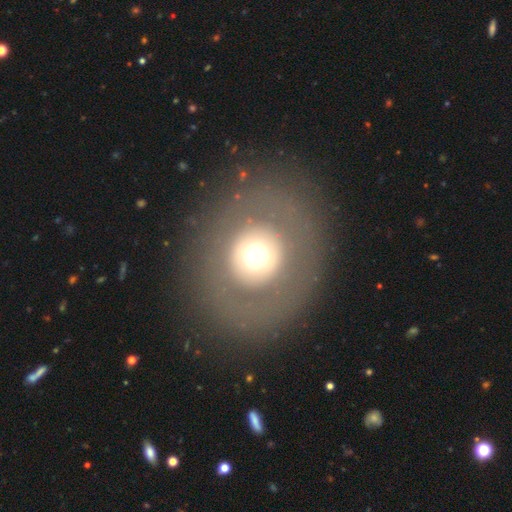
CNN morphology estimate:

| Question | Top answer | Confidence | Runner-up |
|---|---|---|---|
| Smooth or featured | smooth | 53% | featured or disk (34%) |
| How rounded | round | 83% | in between (16%) |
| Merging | none | 84% | major disturbance (8%) |